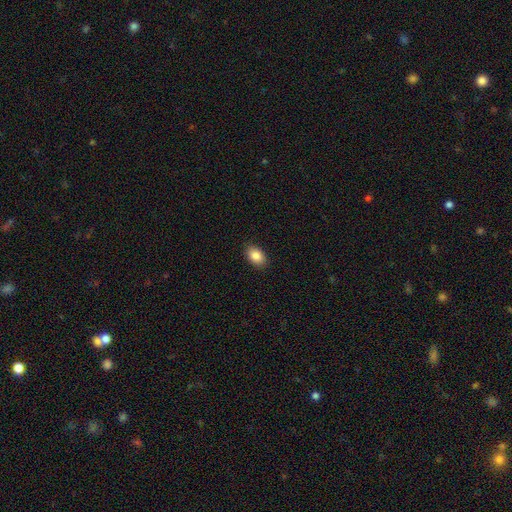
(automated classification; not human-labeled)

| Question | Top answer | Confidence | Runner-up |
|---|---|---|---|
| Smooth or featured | smooth | 87% | star or artifact (8%) |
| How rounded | in between | 85% | round (14%) |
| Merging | none | 89% | minor disturbance (8%) |